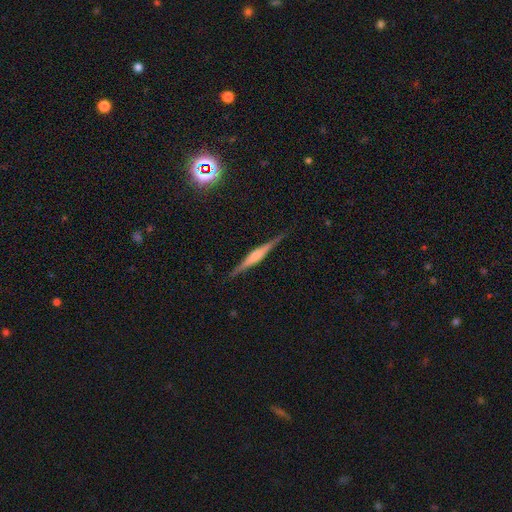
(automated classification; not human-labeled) Smooth or featured? featured or disk (78%)
Edge-on disk? yes (98%)
Edge-on bulge? rounded (63%)
Merging? none (90%)